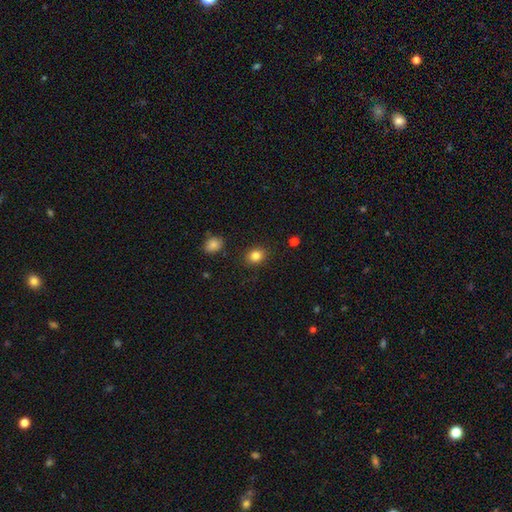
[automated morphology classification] Smooth or featured? Predicted: smooth (p=0.84). How rounded? Predicted: round (p=0.60). Merging? Predicted: none (p=0.88).